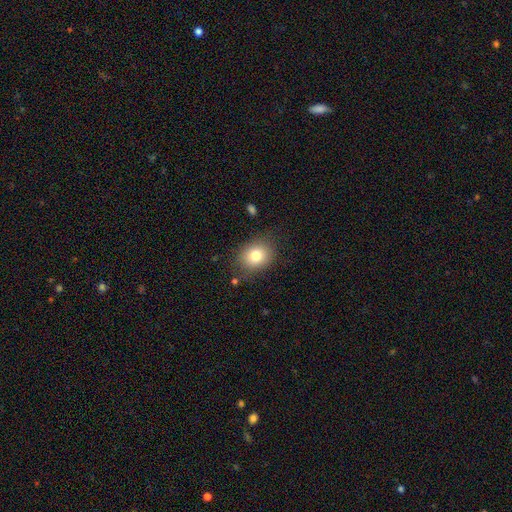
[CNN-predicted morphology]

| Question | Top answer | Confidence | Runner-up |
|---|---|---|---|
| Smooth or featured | smooth | 80% | star or artifact (10%) |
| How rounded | round | 50% | tied: in between (50%) |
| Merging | none | 81% | minor disturbance (13%) |